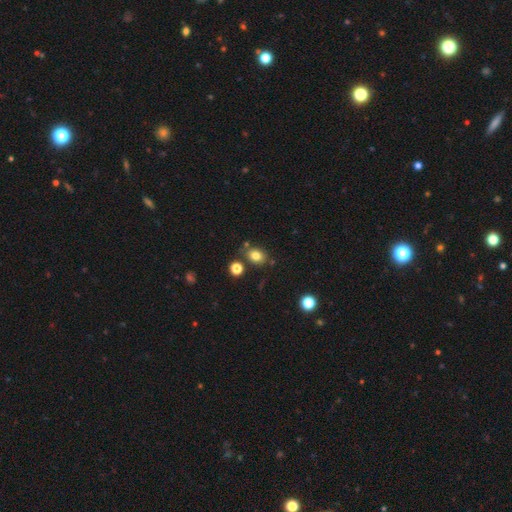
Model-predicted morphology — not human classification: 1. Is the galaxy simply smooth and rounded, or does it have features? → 80% smooth, 12% star or artifact, 8% featured or disk.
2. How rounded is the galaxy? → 52% in between, 47% round, 1% cigar-shaped.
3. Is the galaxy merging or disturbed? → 75% none, 13% minor disturbance, 8% merger, 4% major disturbance.